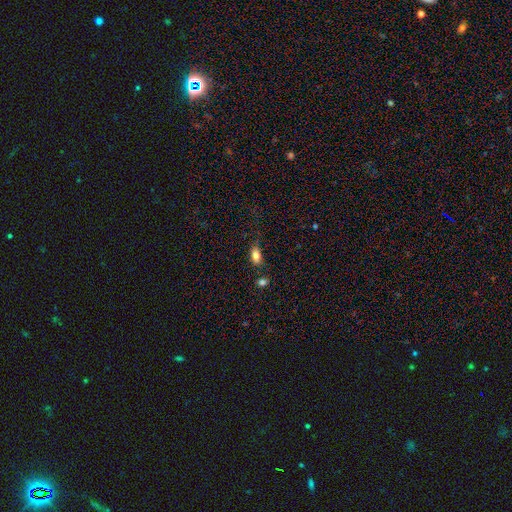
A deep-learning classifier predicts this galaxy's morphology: This appears to be a smooth galaxy with no disk features (81%) that is in between round and cigar-shaped (86%). Merging: none (61%).